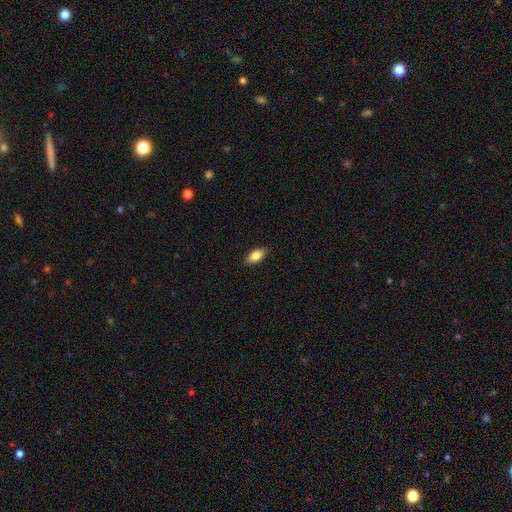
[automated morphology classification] A smooth galaxy with no disk features (84%) that is in between round and cigar-shaped (89%). Merging: none (88%).